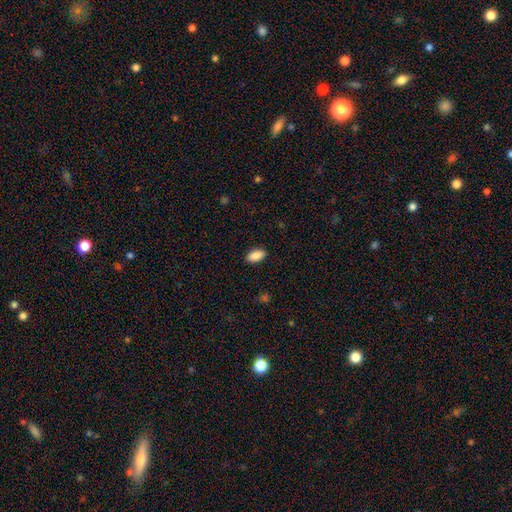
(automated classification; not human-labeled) smooth-or-featured: smooth: 89% | star or artifact: 7% | featured or disk: 5%
  how-rounded: in between: 91% | cigar-shaped: 7% | round: 2%
  merging: none: 89% | minor disturbance: 8% | major disturbance: 2% | merger: 1%